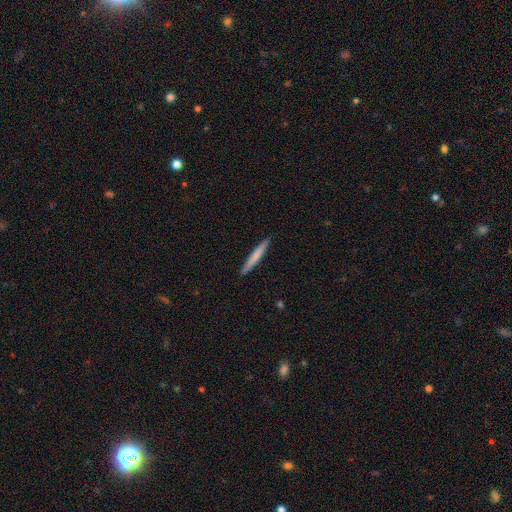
Smooth or featured: smooth — 72% (featured or disk — 26%)
How rounded: cigar-shaped — 96% (in between — 4%)
Merging: none — 89% (major disturbance — 5%)